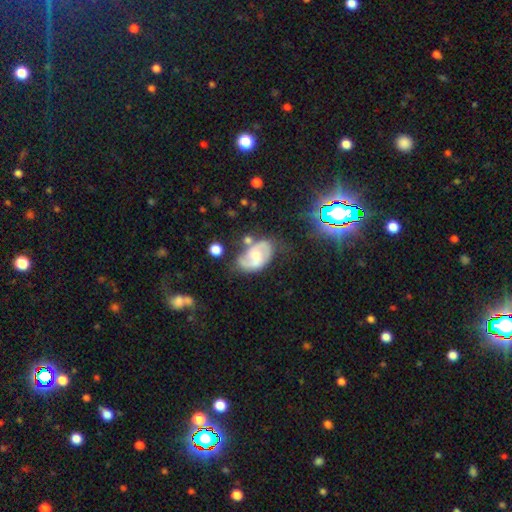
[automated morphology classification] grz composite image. It shows a featured or disk galaxy (76%) with no bar (49%), 2 (84%) medium (51%) spiral arms (88%) and a moderate central bulge (65%). Merging: none (57%).